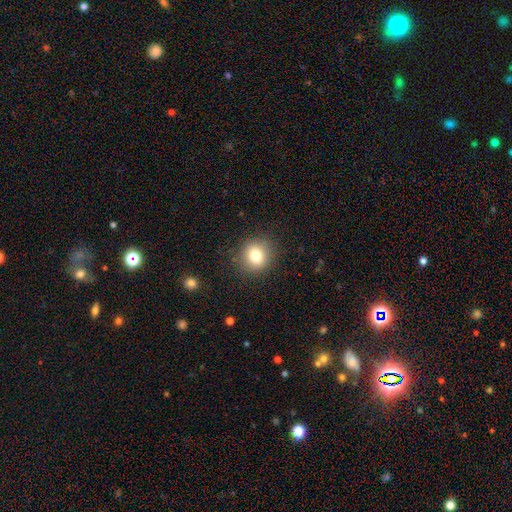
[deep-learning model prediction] smooth_or_featured: smooth (p=0.79) [alt: star or artifact p=0.12]
how_rounded: round (p=0.85) [alt: in between p=0.14]
merging: none (p=0.88) [alt: minor disturbance p=0.08]